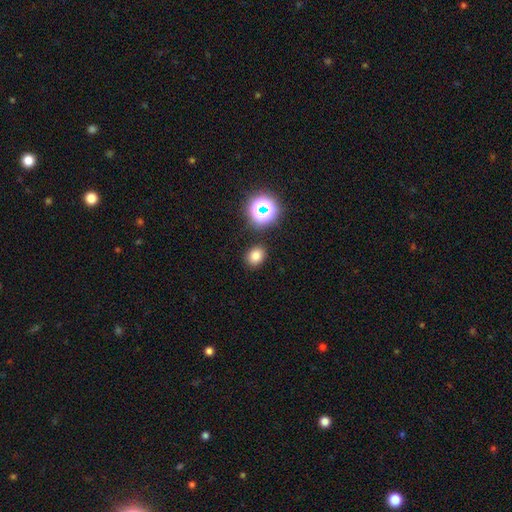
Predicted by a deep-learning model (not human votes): This appears to be a smooth galaxy with no disk features (77%) that is round (53%). Merging: none (86%).